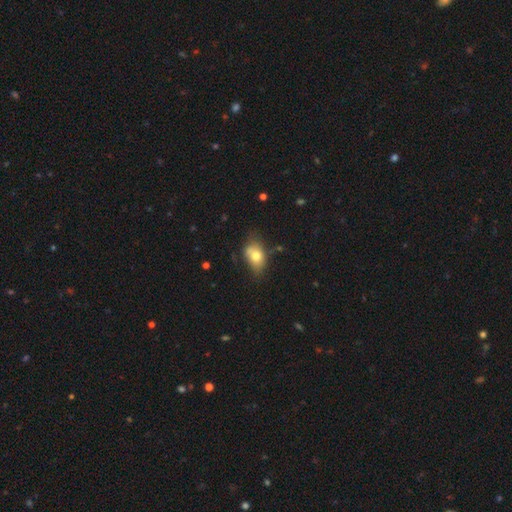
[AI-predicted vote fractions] Smooth or featured?
  - smooth: 73% *
  - featured or disk: 18%
  - star or artifact: 9%
How rounded?
  - in between: 81% *
  - round: 17%
  - cigar-shaped: 2%
Merging?
  - none: 51% *
  - minor disturbance: 33%
  - major disturbance: 10%
  - merger: 6%